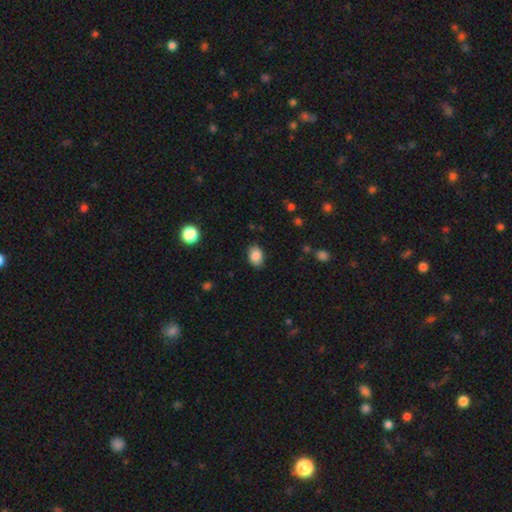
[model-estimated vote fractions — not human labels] Smooth or featured?
  - smooth: 86% *
  - star or artifact: 8%
  - featured or disk: 6%
How rounded?
  - in between: 81% *
  - round: 18%
  - cigar-shaped: 1%
Merging?
  - none: 85% *
  - minor disturbance: 11%
  - major disturbance: 3%
  - merger: 1%